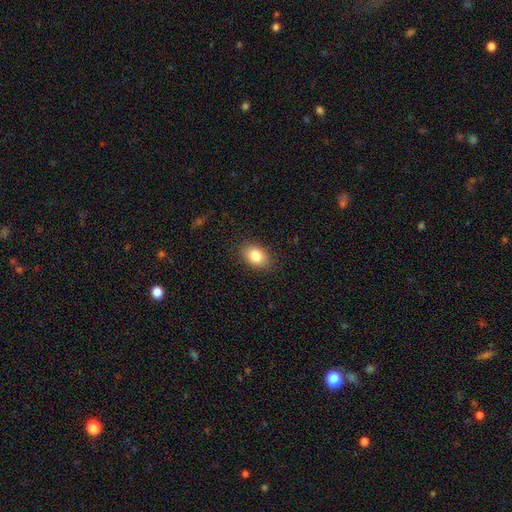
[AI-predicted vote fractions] Q: Smooth or featured?
A: smooth (83%); runner-up: star or artifact (9%)
Q: How rounded?
A: in between (81%); runner-up: round (18%)
Q: Merging?
A: none (87%); runner-up: minor disturbance (9%)